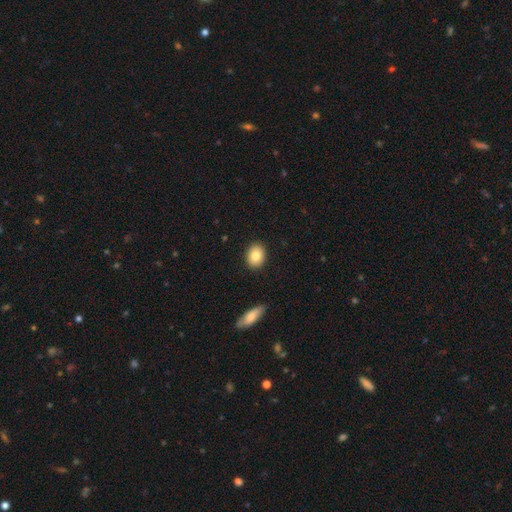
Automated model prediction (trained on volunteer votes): Q: Smooth or featured?
A: smooth (82%); runner-up: featured or disk (10%)
Q: How rounded?
A: in between (63%); runner-up: round (36%)
Q: Merging?
A: none (90%); runner-up: minor disturbance (7%)